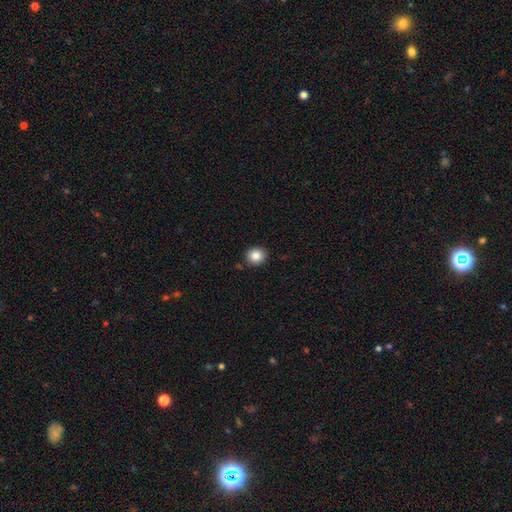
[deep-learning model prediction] Morphology: type=smooth (84%); roundness=round (85%); merging=none (89%).